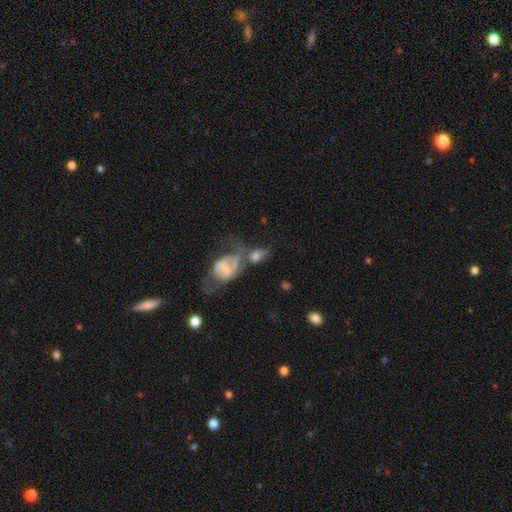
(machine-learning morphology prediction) Overall: smooth (51%; featured or disk 38%). How rounded: in between (64%; round 33%). Merging: merger (47%; none 25%).